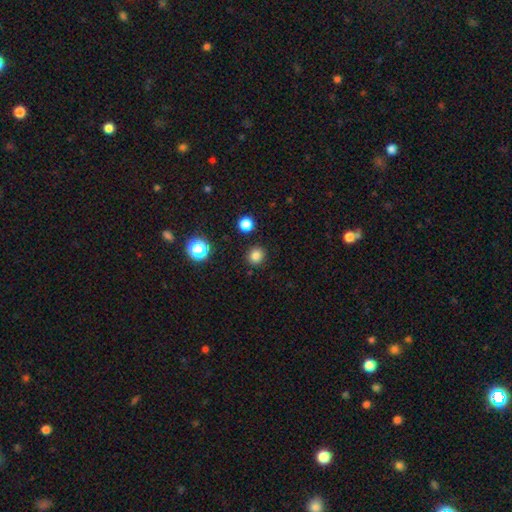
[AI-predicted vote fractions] Overall: smooth (82%). How rounded: round (89%). Merging: none (90%).